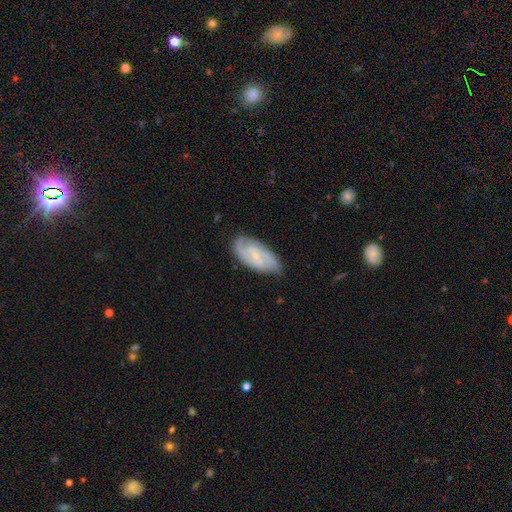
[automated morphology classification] The model was most divided on "spiral winding": medium: 44%, tight: 38%, loose: 18%. Remaining: edge-on disk — no (94%); spiral arms — yes (90%); merging — none (76%); bulge size — small (74%); smooth or featured — featured or disk (69%); spiral arm count — 2 (66%); bar — weak (49%).